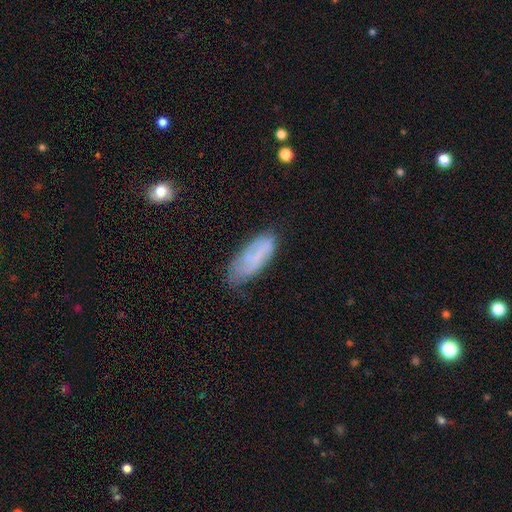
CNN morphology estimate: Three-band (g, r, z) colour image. It shows a smooth galaxy with no disk features (55%) that is in between round and cigar-shaped (72%). Merging: none (63%).